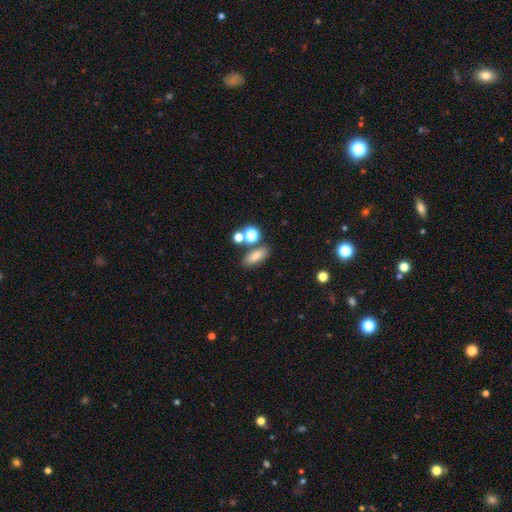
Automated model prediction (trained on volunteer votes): Overall: smooth (75%). How rounded: in between (70%). Merging: none (72%).